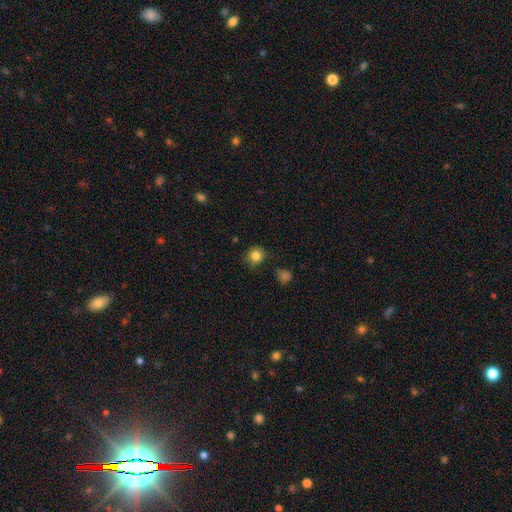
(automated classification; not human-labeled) This appears to be a smooth galaxy with no disk features (83%) that is round (88%). Merging: none (77%).